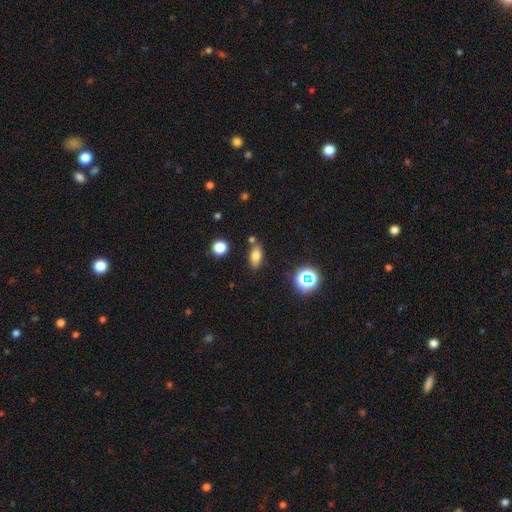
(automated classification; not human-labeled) Smooth or featured?
  - smooth: 73% *
  - star or artifact: 14%
  - featured or disk: 12%
How rounded?
  - in between: 81% *
  - cigar-shaped: 10%
  - round: 9%
Merging?
  - none: 76% *
  - minor disturbance: 12%
  - merger: 9%
  - major disturbance: 3%